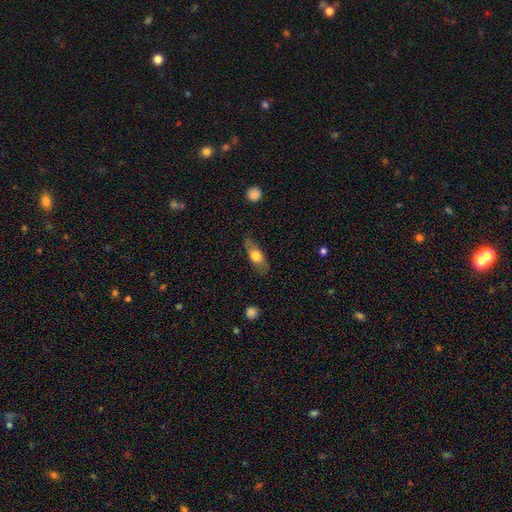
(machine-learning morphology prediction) This appears to be a smooth galaxy with no disk features (61%) that is in between round and cigar-shaped (69%). Merging: none (77%).